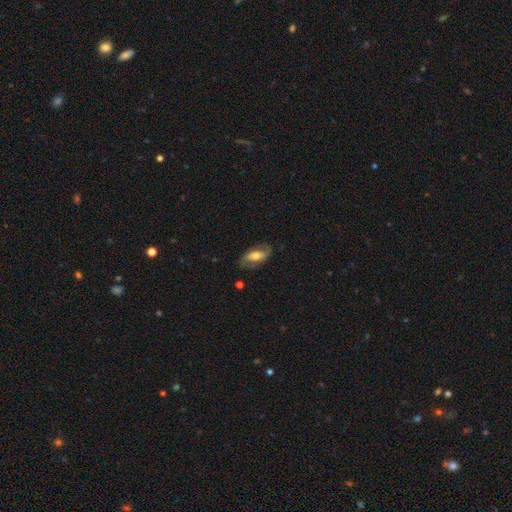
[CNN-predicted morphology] Overall: featured or disk (69%). Edge-on disk: no (92%). Bar: weak (36%; strong 33%). Spiral arms: yes (87%). Spiral arm count: 2 (87%). Spiral winding: medium (43%; loose 37%). Bulge size: moderate (57%; small 26%). Merging: none (74%).